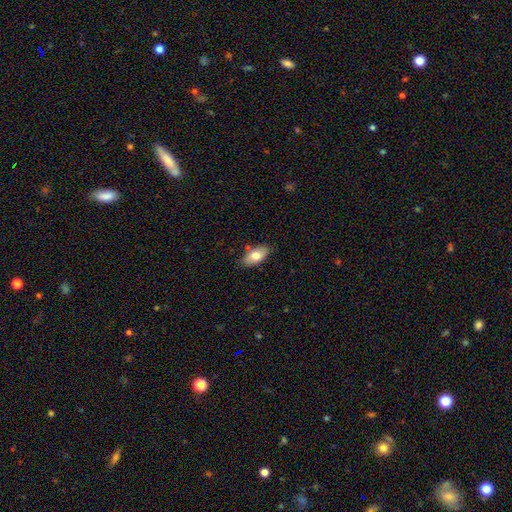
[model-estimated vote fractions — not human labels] This appears to be a smooth galaxy with no disk features (75%) that is in between round and cigar-shaped (91%). Merging: none (82%).